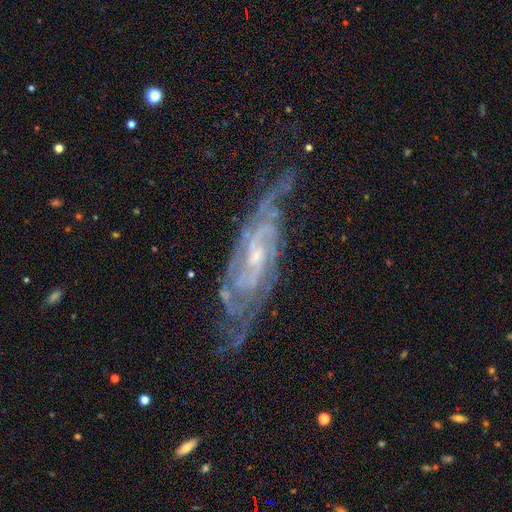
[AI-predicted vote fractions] smooth-or-featured: featured or disk: 88% | star or artifact: 7% | smooth: 5%
  disk-edge-on: no: 87% | yes: 13%
    bar: weak: 43% | no: 41% | strong: 15%
    has-spiral-arms: yes: 97% | no: 3%
      spiral-winding: tight: 59% | medium: 34% | loose: 7%
      spiral-arm-count: can't tell: 30% | 2: 27% | 3: 17% | 4: 13% | more than 4: 7% | 1: 6%
    bulge-size: small: 67% | moderate: 28% | none: 3% | large: 1% | dominant: 1%
  merging: none: 69% | minor disturbance: 21% | major disturbance: 9% | merger: 2%